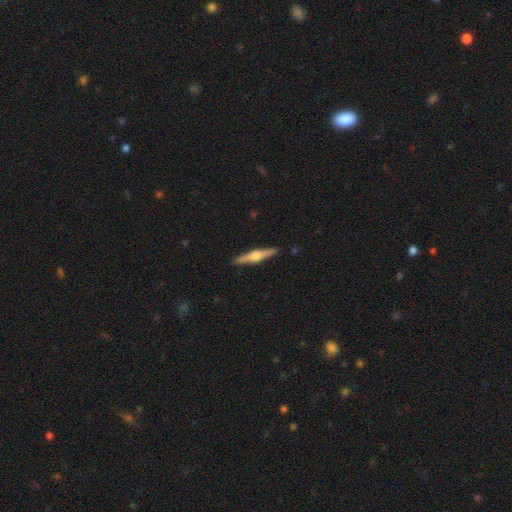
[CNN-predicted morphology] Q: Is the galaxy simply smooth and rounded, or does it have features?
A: featured or disk — 74%.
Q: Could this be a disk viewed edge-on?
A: yes — 98%.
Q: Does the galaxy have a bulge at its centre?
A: rounded — 92%.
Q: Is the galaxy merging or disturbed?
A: none — 91%.